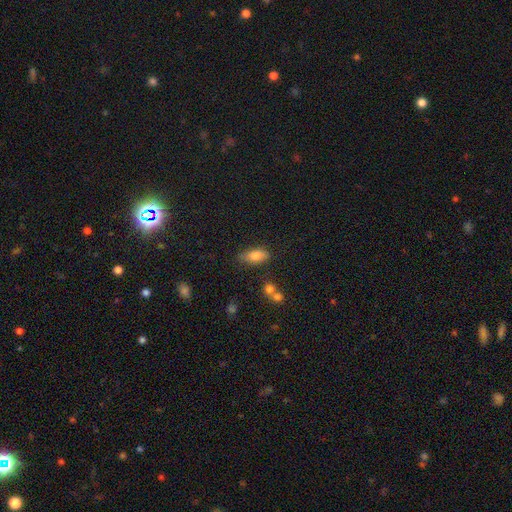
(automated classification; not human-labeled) A smooth galaxy with no disk features (80%) that is in between round and cigar-shaped (84%).

Vote fractions:
- Smooth or featured? smooth: 80% / featured or disk: 12% / star or artifact: 8%
- How rounded? in between: 84% / cigar-shaped: 12% / round: 4%
- Merging? none: 71% / minor disturbance: 19% / merger: 5% / major disturbance: 5%